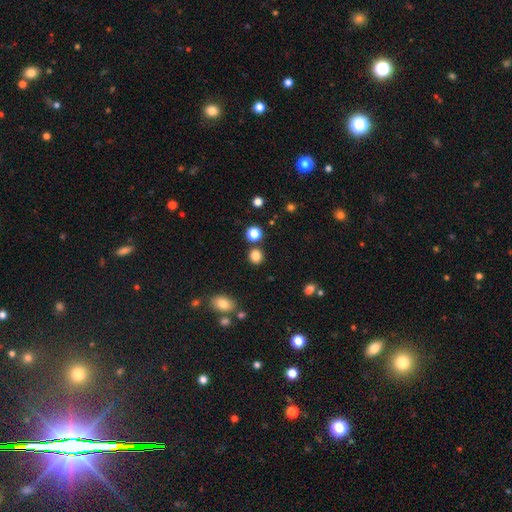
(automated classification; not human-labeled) Morphology: type=smooth (84%); roundness=round (86%); merging=none (84%).